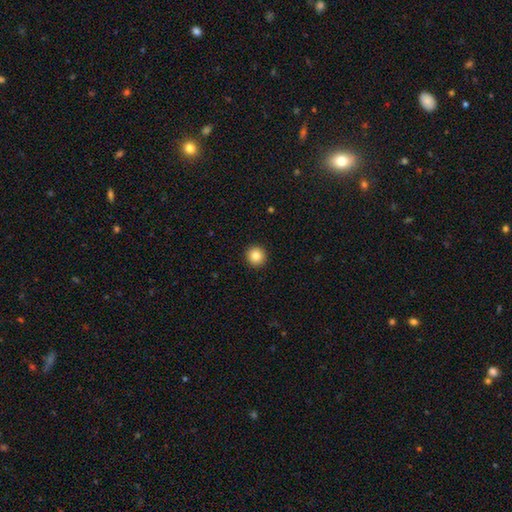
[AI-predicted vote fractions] A smooth galaxy with no disk features (85%) that is round (94%). Merging: none (93%).